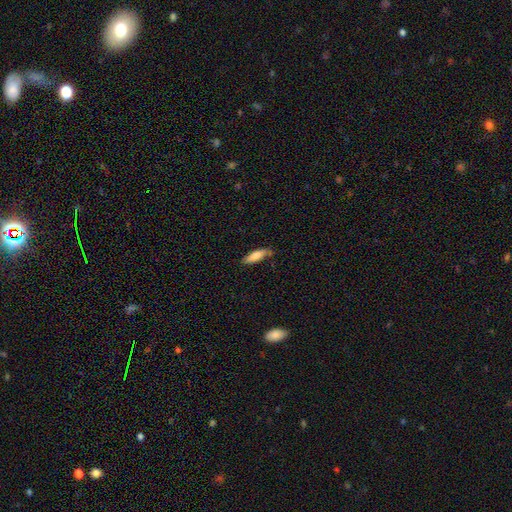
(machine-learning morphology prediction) Smooth or featured: smooth — 80% (featured or disk — 14%)
How rounded: cigar-shaped — 55% (in between — 43%)
Merging: none — 76% (minor disturbance — 18%)